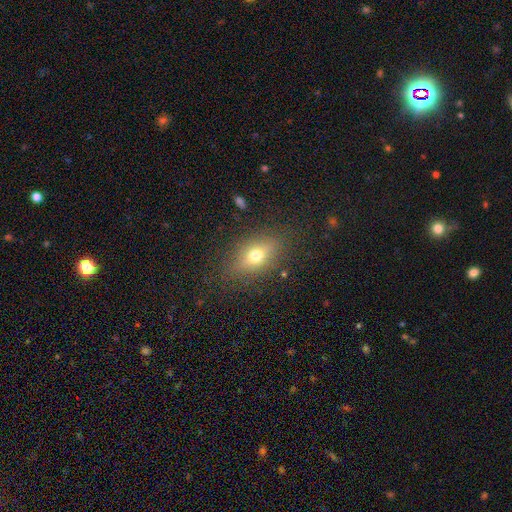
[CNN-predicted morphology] A smooth galaxy with no disk features (63%) that is in between round and cigar-shaped (75%). Merging: none (83%).